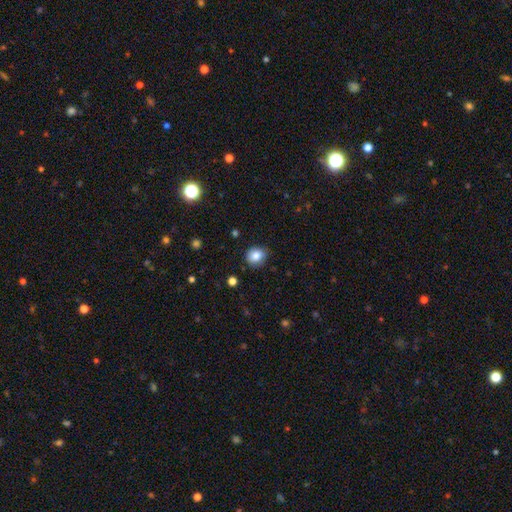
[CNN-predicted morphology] This appears to be a smooth galaxy with no disk features (84%) that is round (78%). Merging: none (83%).